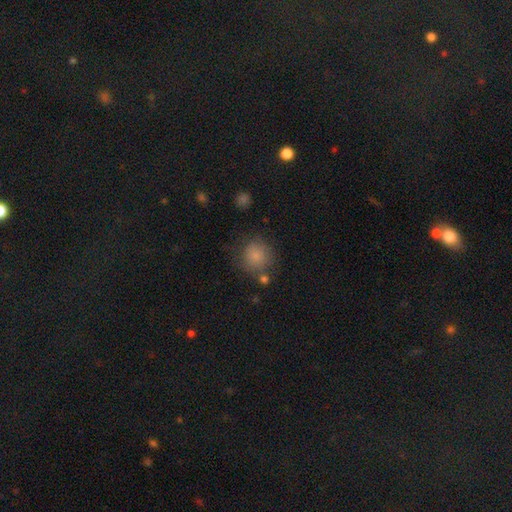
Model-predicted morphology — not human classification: type=smooth (82%); roundness=round (89%); merging=none (66%).